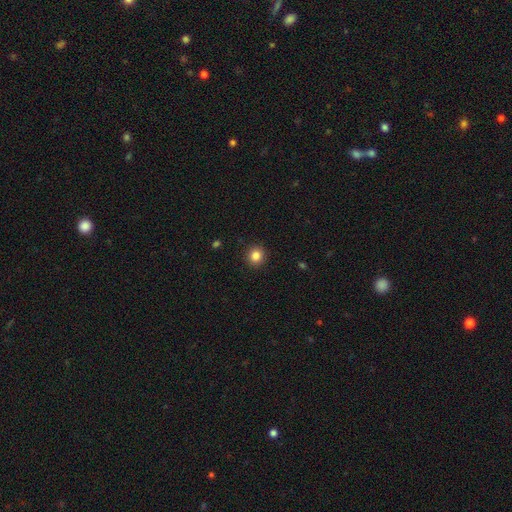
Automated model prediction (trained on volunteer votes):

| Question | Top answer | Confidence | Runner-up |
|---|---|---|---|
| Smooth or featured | smooth | 84% | star or artifact (11%) |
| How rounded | round | 89% | in between (10%) |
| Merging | none | 92% | minor disturbance (5%) |